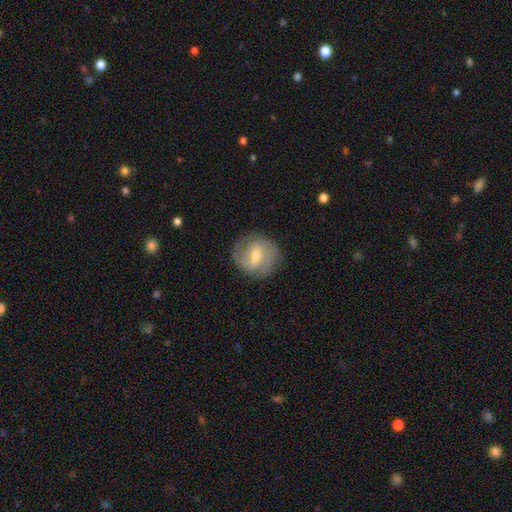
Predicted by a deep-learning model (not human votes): Morphology: type=featured or disk (66%); edge-on=no (96%); bar=weak (54%); spiral arms=yes (82%); winding=medium (44%); arm count=2 (74%); bulge=moderate (58%); merging=none (80%).